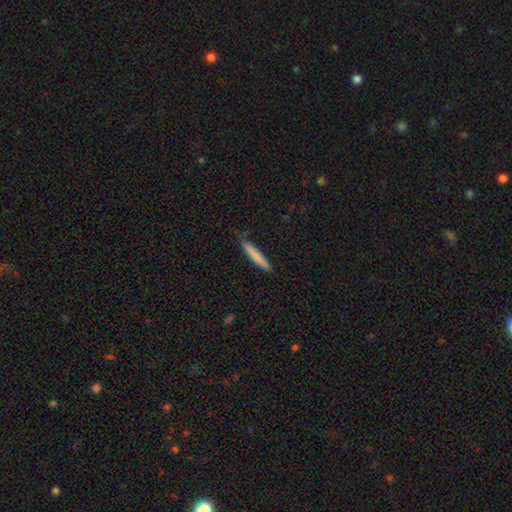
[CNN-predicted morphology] Smooth or featured?
  - smooth: 78% *
  - featured or disk: 16%
  - star or artifact: 6%
How rounded?
  - cigar-shaped: 95% *
  - in between: 4%
  - round: 1%
Merging?
  - none: 84% *
  - minor disturbance: 13%
  - major disturbance: 2%
  - merger: 1%